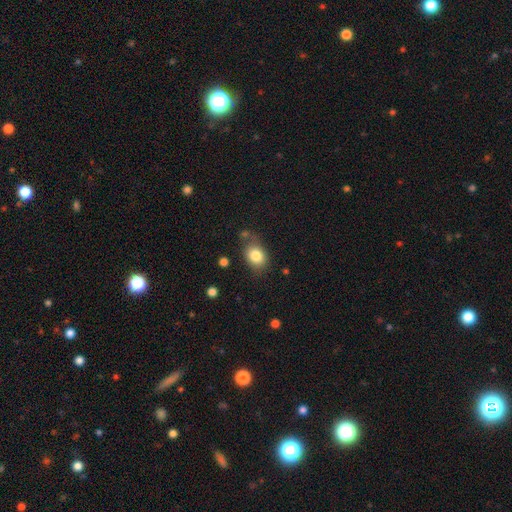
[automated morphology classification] Q: Smooth or featured?
A: smooth (82%); runner-up: star or artifact (9%)
Q: How rounded?
A: in between (62%); runner-up: round (37%)
Q: Merging?
A: none (66%); runner-up: minor disturbance (21%)